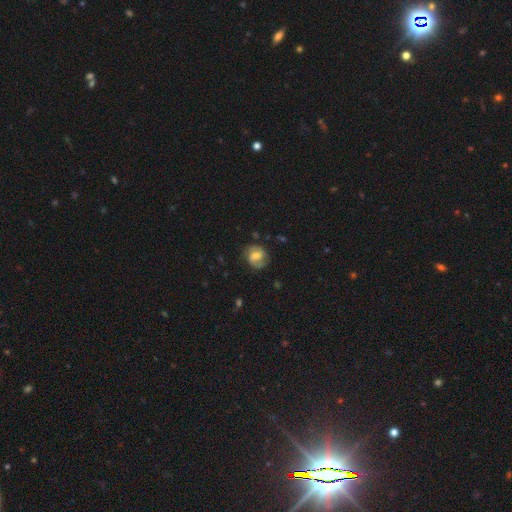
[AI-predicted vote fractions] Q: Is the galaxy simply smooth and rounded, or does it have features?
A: featured or disk — 58%.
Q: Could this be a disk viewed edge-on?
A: no — 97%.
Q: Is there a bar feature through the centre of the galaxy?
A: weak — 50%.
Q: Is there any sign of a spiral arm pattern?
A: yes — 87%.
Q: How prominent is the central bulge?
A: moderate — 54%.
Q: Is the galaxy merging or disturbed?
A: none — 73%.